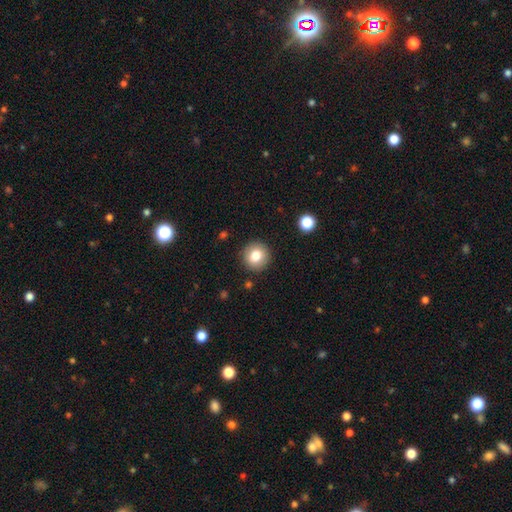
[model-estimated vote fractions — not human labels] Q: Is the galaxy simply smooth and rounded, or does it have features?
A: smooth — 80%.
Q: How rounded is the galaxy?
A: round — 93%.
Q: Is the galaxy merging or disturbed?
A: none — 90%.